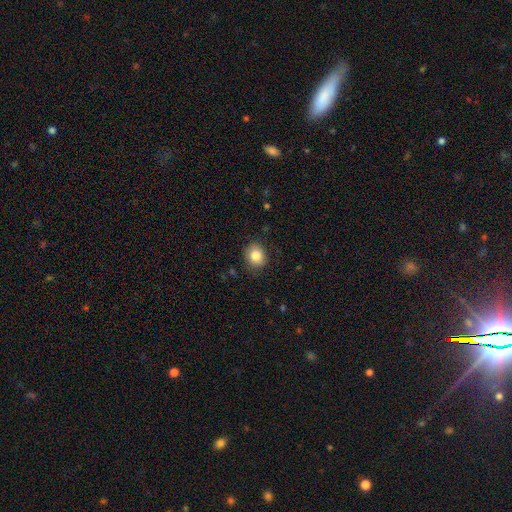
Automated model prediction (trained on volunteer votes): Smooth or featured? Predicted: smooth (p=0.83). How rounded? Predicted: round (p=0.65). Merging? Predicted: none (p=0.85).